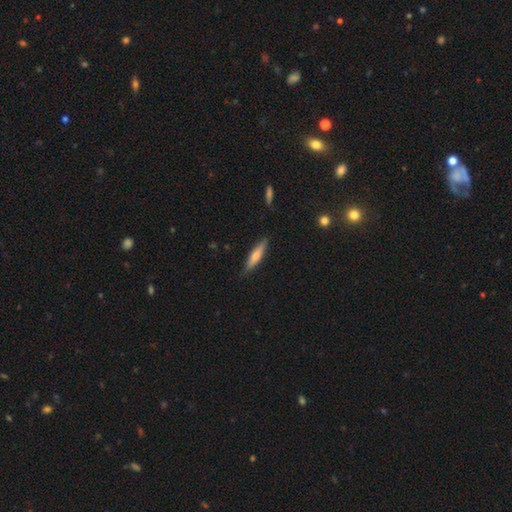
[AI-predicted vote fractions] A smooth galaxy with no disk features (59%) that is cigar-shaped (82%). Merging: none (86%).